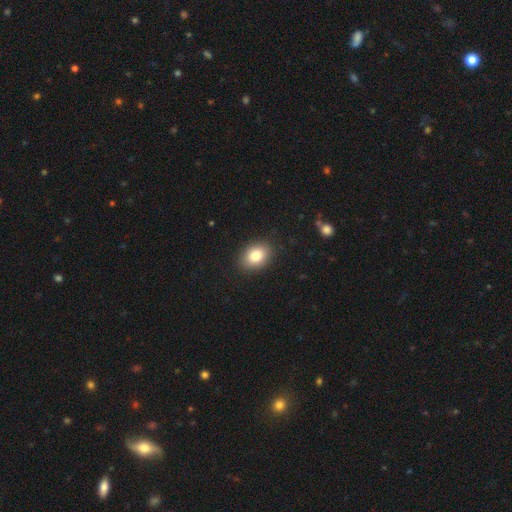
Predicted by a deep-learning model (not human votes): smooth-or-featured: smooth: 83% | star or artifact: 9% | featured or disk: 8%
  how-rounded: in between: 70% | round: 29% | cigar-shaped: 1%
  merging: none: 88% | minor disturbance: 8% | major disturbance: 2% | merger: 1%